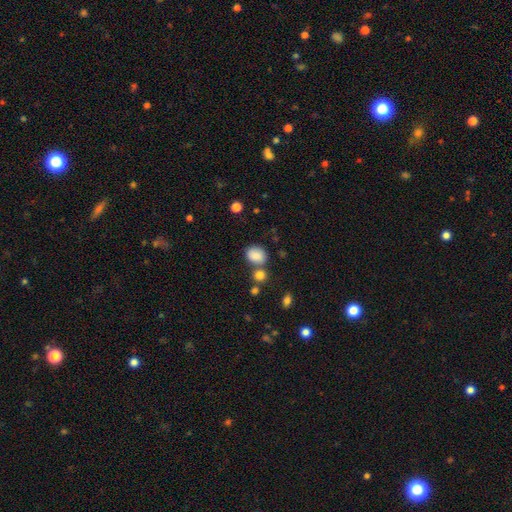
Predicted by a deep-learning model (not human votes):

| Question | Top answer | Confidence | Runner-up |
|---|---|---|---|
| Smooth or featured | smooth | 84% | star or artifact (9%) |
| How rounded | round | 50% | in between (49%) |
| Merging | none | 64% | merger (19%) |